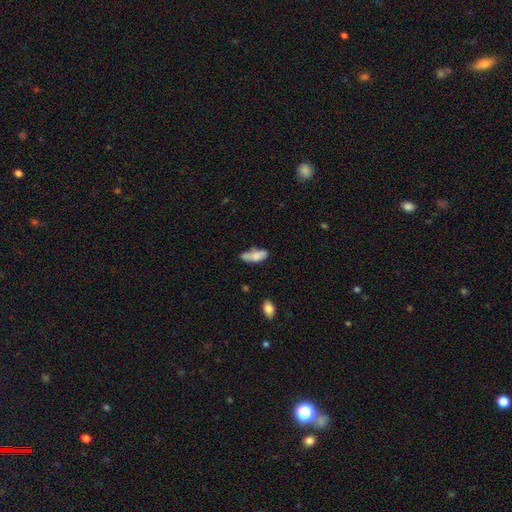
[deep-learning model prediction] smooth 75%, featured or disk 17%, star or artifact 8%. Down the decision tree: how rounded — in between (74%); merging — none (46%).